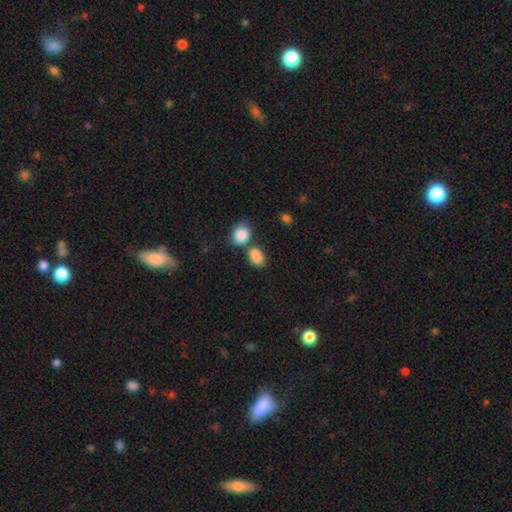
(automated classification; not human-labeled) Morphology: type=smooth (87%); roundness=in between (77%); merging=none (47%).